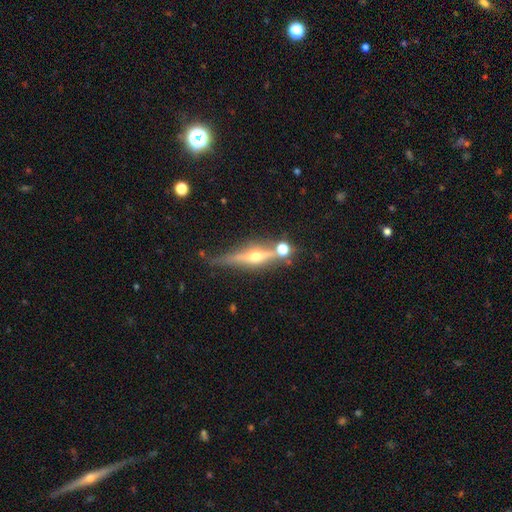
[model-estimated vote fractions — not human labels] Smooth or featured: featured or disk — 76% (smooth — 16%)
Edge-on disk: yes — 95% (no — 5%)
Edge-on bulge: rounded — 93% (none — 4%)
Merging: none — 71% (minor disturbance — 13%)